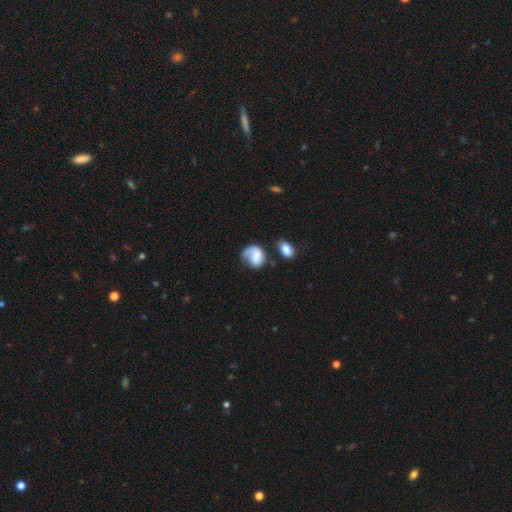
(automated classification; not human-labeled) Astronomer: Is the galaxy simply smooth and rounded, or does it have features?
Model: smooth — 54% (runner-up: featured or disk, 38%).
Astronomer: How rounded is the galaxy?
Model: round — 54% (runner-up: in between, 45%).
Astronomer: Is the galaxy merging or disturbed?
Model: none — 41% (runner-up: major disturbance, 25%).